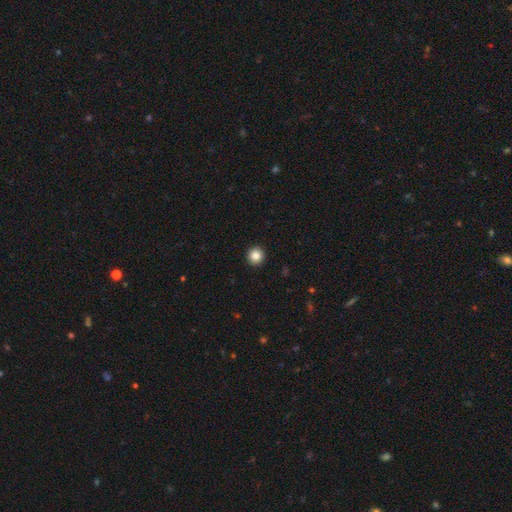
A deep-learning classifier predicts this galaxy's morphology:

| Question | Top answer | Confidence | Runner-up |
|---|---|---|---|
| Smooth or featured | smooth | 85% | star or artifact (10%) |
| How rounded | round | 96% | in between (3%) |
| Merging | none | 94% | minor disturbance (4%) |